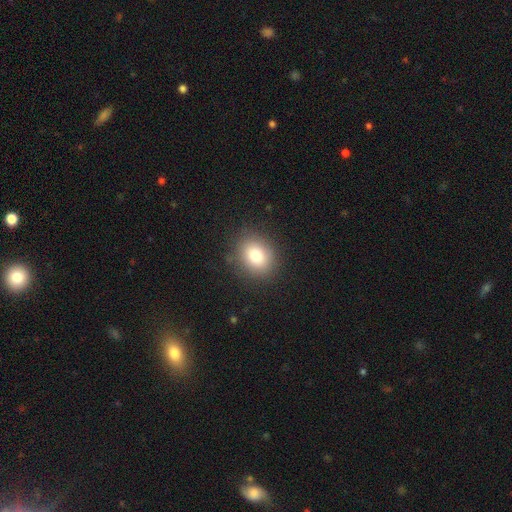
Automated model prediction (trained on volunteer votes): This is clearly a smooth galaxy (80%). How rounded: possibly round (55%). Merging: clearly none (87%).